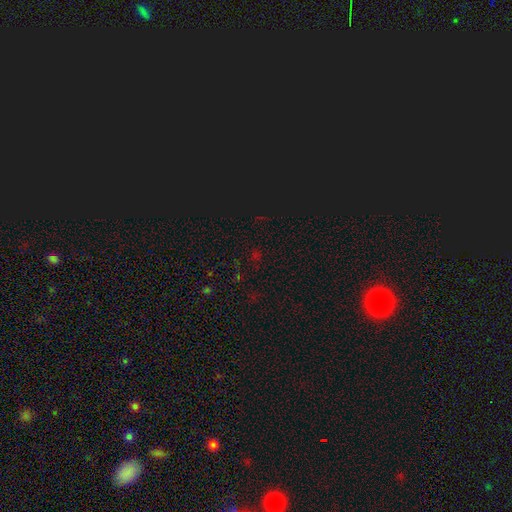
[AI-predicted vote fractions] Smooth or featured?
  - star or artifact: 69% *
  - smooth: 24%
  - featured or disk: 7%